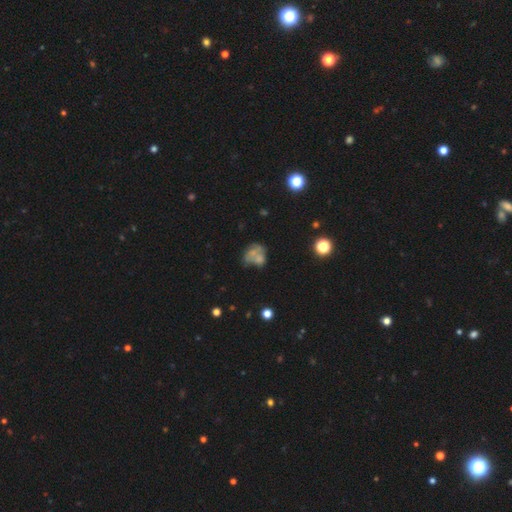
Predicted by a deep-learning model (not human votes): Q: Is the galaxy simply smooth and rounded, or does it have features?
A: smooth — 46%.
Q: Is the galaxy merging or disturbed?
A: merger — 36%.